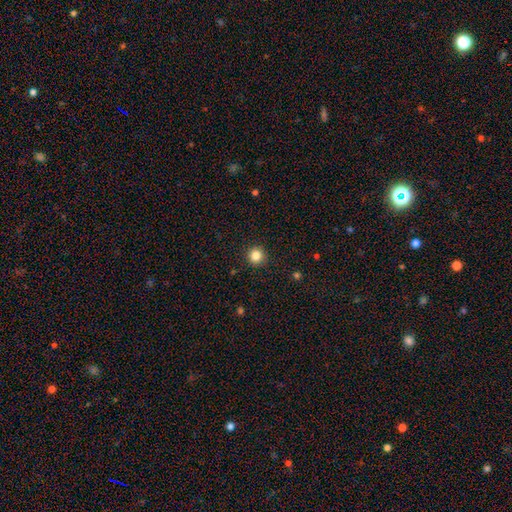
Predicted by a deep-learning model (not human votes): A smooth galaxy with no disk features (84%) that is round (95%).

Vote fractions:
- Smooth or featured? smooth: 84% / star or artifact: 11% / featured or disk: 5%
- How rounded? round: 95% / in between: 4% / cigar-shaped: 1%
- Merging? none: 92% / minor disturbance: 5% / major disturbance: 2% / merger: 1%